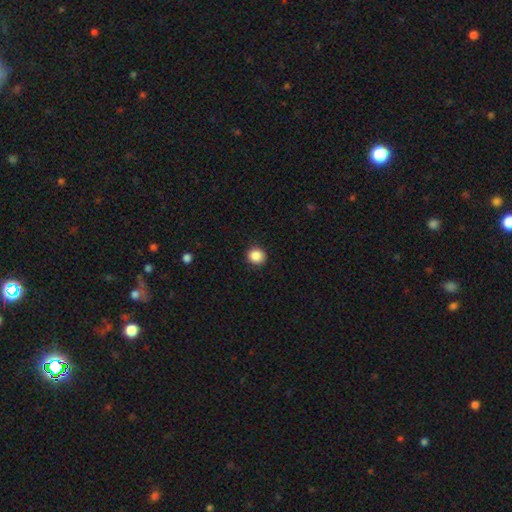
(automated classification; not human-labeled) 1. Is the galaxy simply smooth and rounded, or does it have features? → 88% smooth, 10% star or artifact, 3% featured or disk.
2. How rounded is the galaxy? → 89% round, 10% in between, 1% cigar-shaped.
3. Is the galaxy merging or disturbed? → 90% none, 7% minor disturbance, 2% major disturbance, 1% merger.